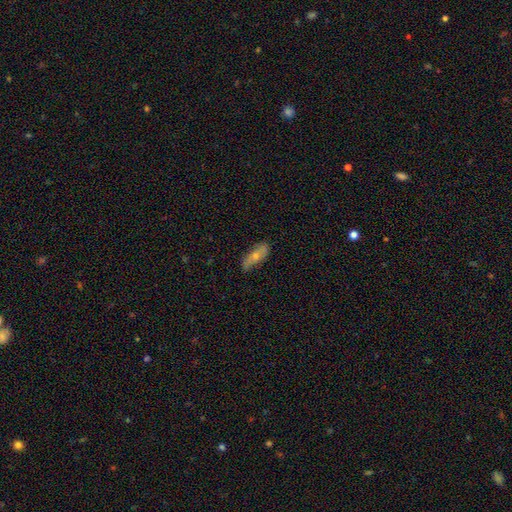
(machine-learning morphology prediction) A smooth galaxy with no disk features (61%) that is in between round and cigar-shaped (69%). Merging: none (68%).